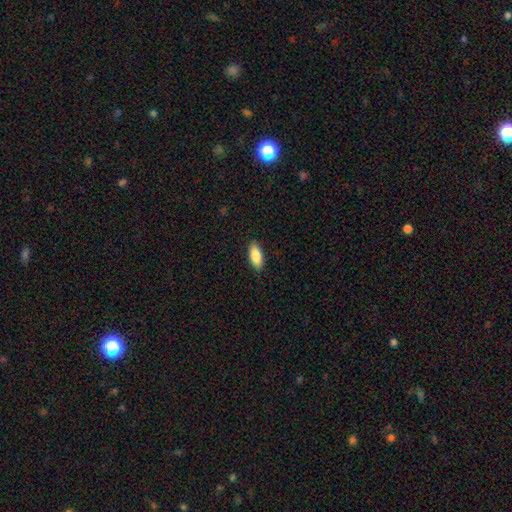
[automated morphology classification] type=smooth (85%); roundness=in between (87%); merging=none (89%).